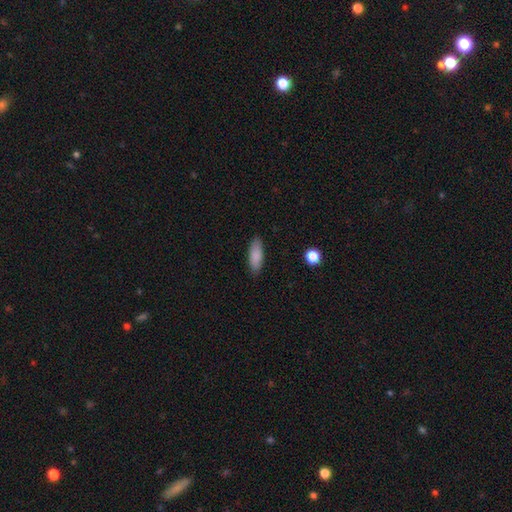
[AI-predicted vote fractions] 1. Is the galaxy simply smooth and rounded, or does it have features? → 87% smooth, 7% star or artifact, 7% featured or disk.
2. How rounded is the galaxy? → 70% in between, 28% cigar-shaped, 2% round.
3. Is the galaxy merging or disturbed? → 86% none, 10% minor disturbance, 2% major disturbance, 1% merger.